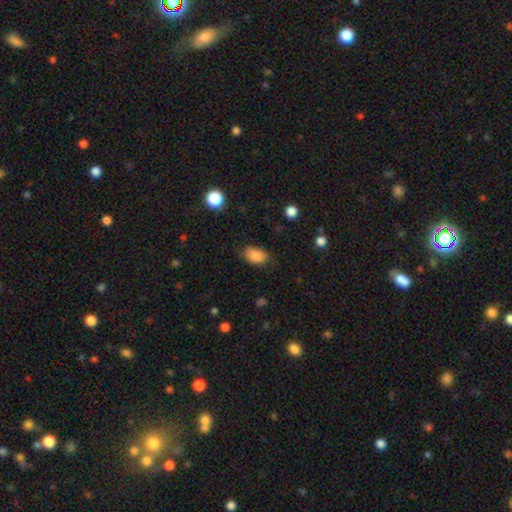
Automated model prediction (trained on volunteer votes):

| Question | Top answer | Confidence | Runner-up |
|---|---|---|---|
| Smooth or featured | smooth | 87% | star or artifact (8%) |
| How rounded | in between | 86% | round (12%) |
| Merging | none | 76% | minor disturbance (18%) |